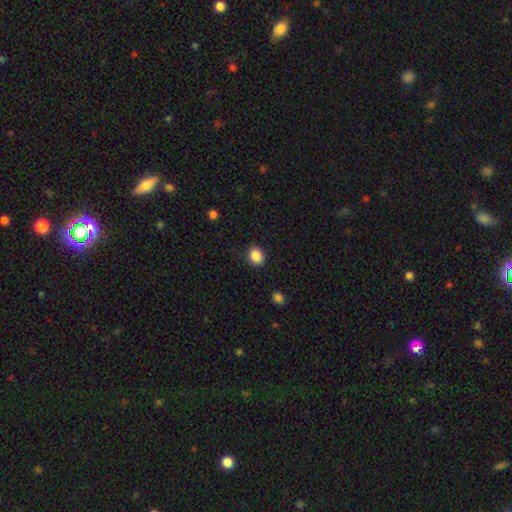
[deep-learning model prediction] This appears to be a smooth galaxy with no disk features (88%) that is round (65%). Merging: none (89%).